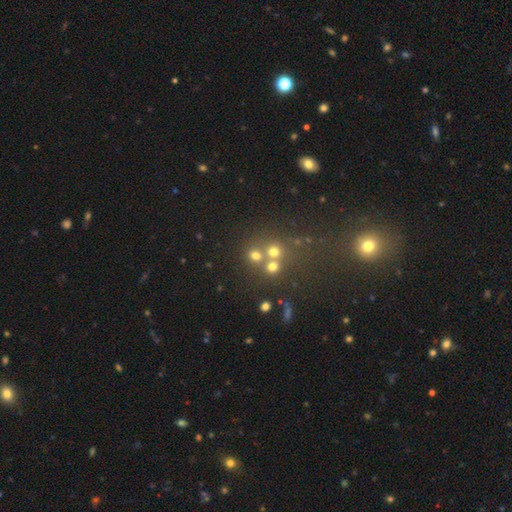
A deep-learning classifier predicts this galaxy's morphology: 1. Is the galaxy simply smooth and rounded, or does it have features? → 64% smooth, 23% star or artifact, 13% featured or disk.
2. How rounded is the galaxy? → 84% round, 15% in between, 1% cigar-shaped.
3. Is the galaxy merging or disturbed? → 53% none, 35% merger, 7% minor disturbance, 4% major disturbance.